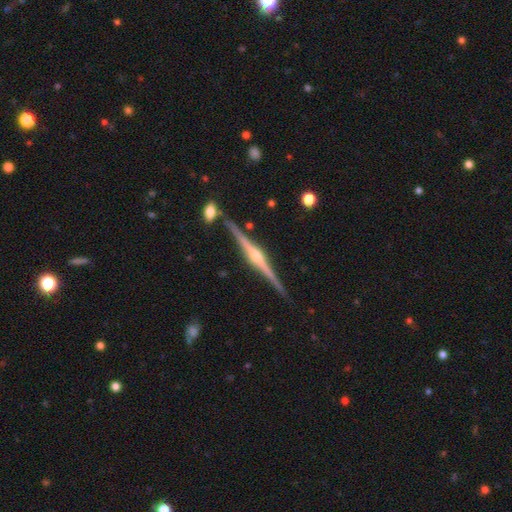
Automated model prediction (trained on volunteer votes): Overall: featured or disk (89%). Edge-on disk: yes (99%). Edge-on bulge: rounded (84%). Merging: none (88%).